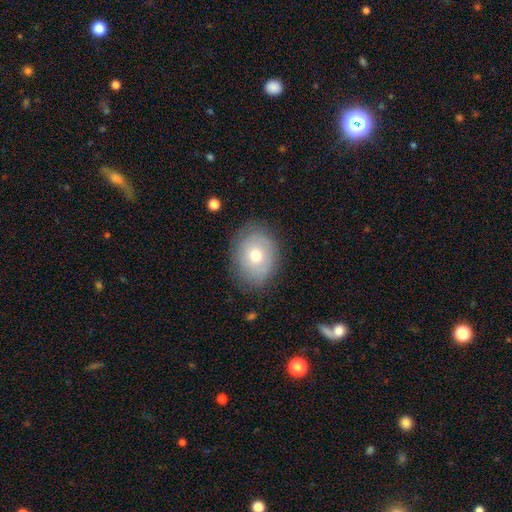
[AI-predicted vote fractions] Smooth or featured: smooth — 59% (featured or disk — 31%)
How rounded: in between — 61% (round — 38%)
Merging: none — 76% (minor disturbance — 18%)